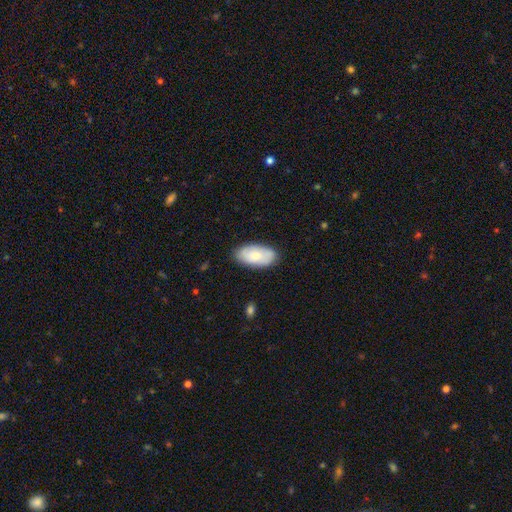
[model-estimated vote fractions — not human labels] This appears to be a smooth galaxy with no disk features (68%) that is in between round and cigar-shaped (94%). Merging: none (80%).